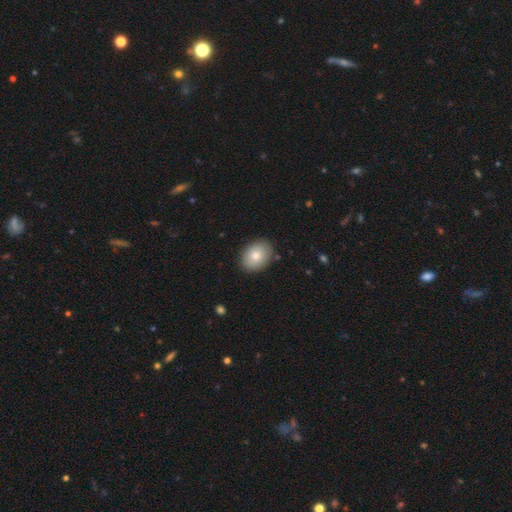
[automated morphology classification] The model was most divided on "how rounded": in between: 65%, round: 34%, cigar-shaped: 1%. More confident: merging — none (87%); smooth or featured — smooth (77%).